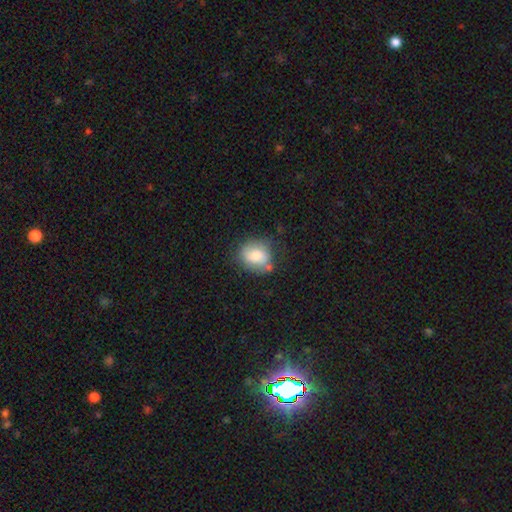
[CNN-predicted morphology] Smooth or featured? smooth (65%)
How rounded? round (62%)
Merging? none (65%)